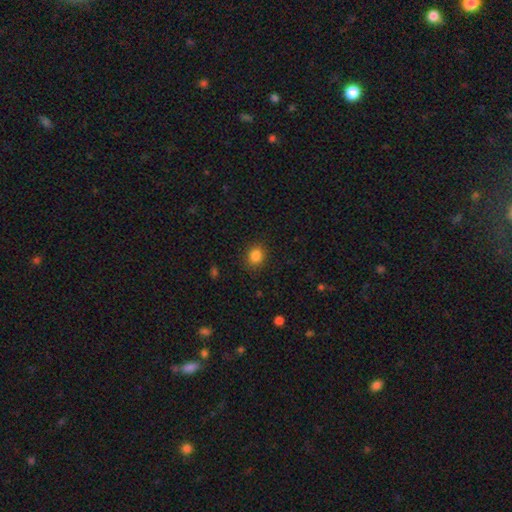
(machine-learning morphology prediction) This is clearly a smooth galaxy (85%). How rounded: likely round (73%). Merging: clearly none (88%).